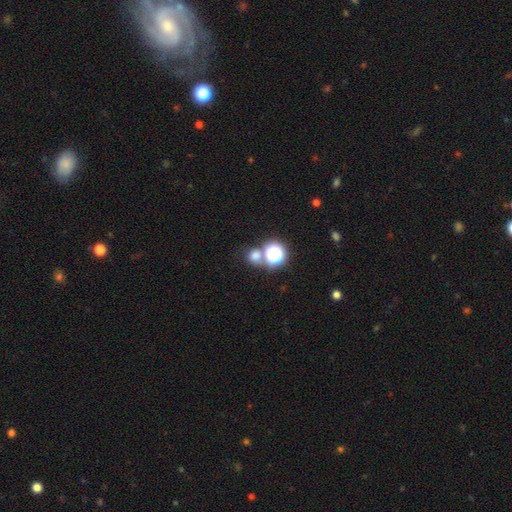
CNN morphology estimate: Q: Smooth or featured?
A: smooth (66%); runner-up: star or artifact (27%)
Q: How rounded?
A: round (84%); runner-up: in between (15%)
Q: Merging?
A: none (63%); runner-up: merger (25%)